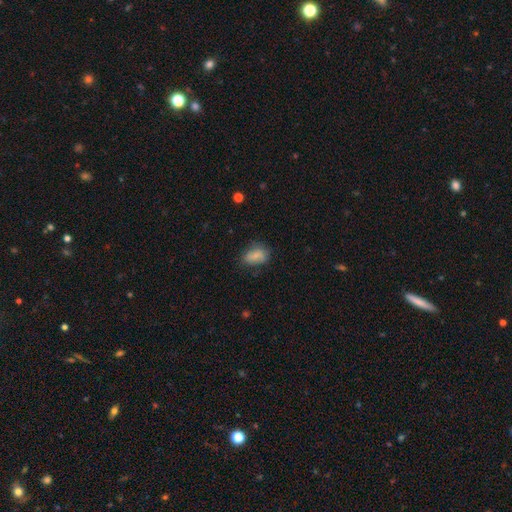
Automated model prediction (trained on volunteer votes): Morphology: type=smooth (79%); roundness=in between (85%); merging=none (62%).